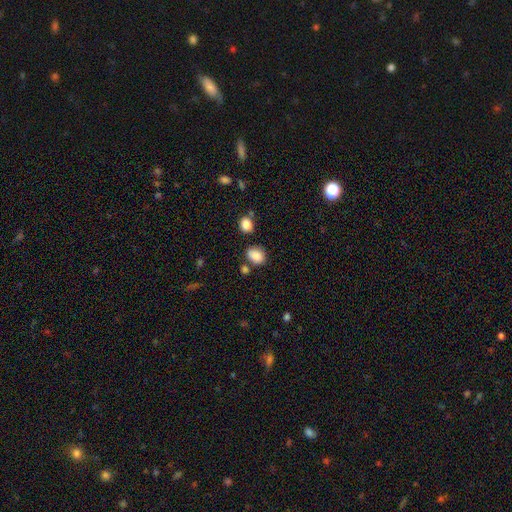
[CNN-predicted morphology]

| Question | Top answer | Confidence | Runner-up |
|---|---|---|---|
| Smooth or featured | smooth | 86% | star or artifact (9%) |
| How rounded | in between | 64% | round (35%) |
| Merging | none | 68% | minor disturbance (17%) |